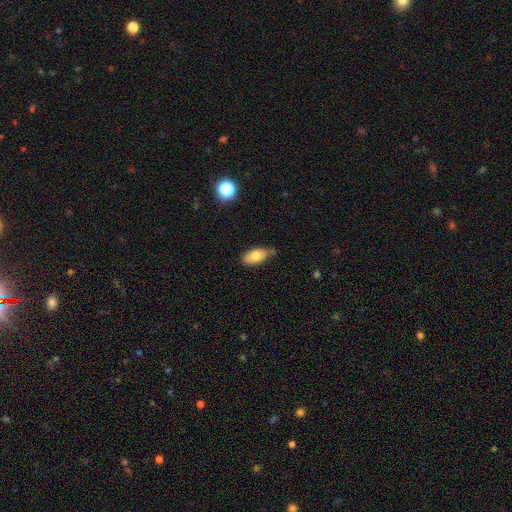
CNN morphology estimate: Q: Smooth or featured?
A: smooth (78%); runner-up: featured or disk (14%)
Q: How rounded?
A: in between (90%); runner-up: cigar-shaped (7%)
Q: Merging?
A: none (69%); runner-up: minor disturbance (23%)